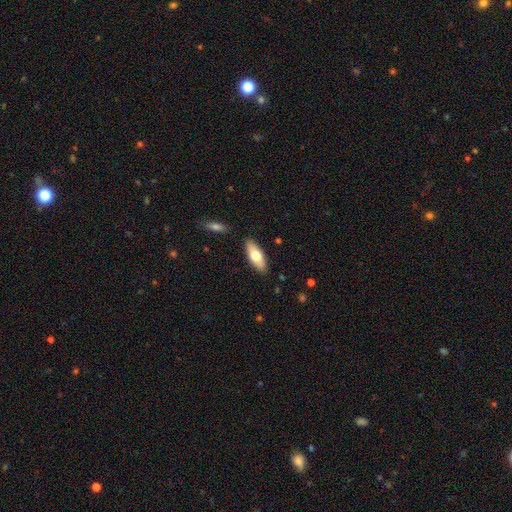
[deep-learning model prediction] Smooth or featured? Predicted: smooth (p=0.69). How rounded? Predicted: in between (p=0.75). Merging? Predicted: none (p=0.87).